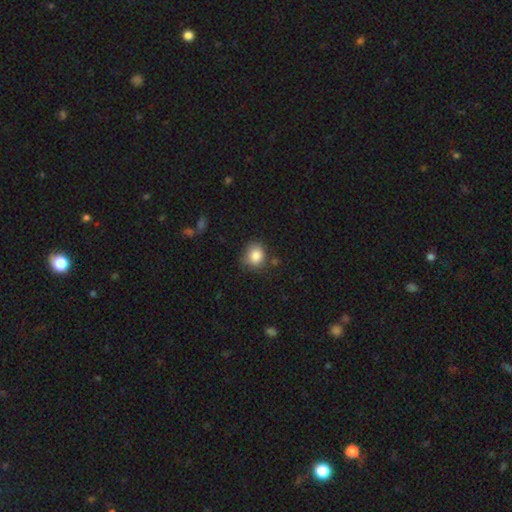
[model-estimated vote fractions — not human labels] Overall: smooth (85%). How rounded: round (72%). Merging: none (71%).